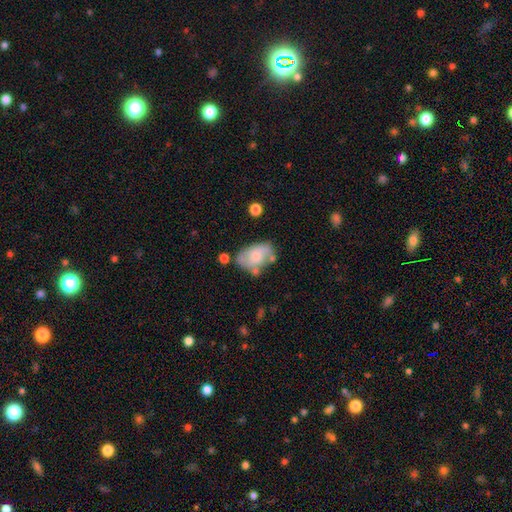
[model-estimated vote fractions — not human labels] Smooth or featured?
  - smooth: 46% *
  - featured or disk: 45%
  - star or artifact: 8%
Merging?
  - none: 52% *
  - minor disturbance: 26%
  - merger: 11%
  - major disturbance: 11%